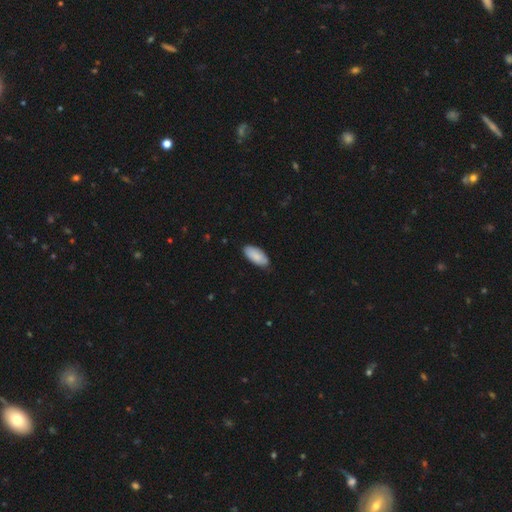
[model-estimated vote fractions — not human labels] Smooth or featured: smooth — 85% (featured or disk — 9%)
How rounded: in between — 91% (cigar-shaped — 8%)
Merging: none — 79% (minor disturbance — 17%)